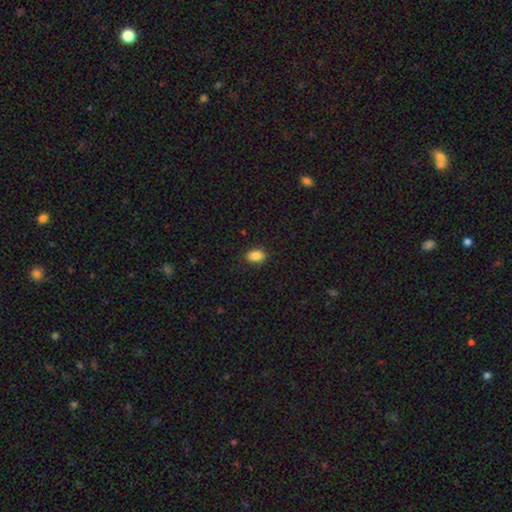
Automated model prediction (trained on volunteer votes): Smooth or featured: smooth — 88% (star or artifact — 8%)
How rounded: in between — 80% (round — 19%)
Merging: none — 88% (minor disturbance — 9%)